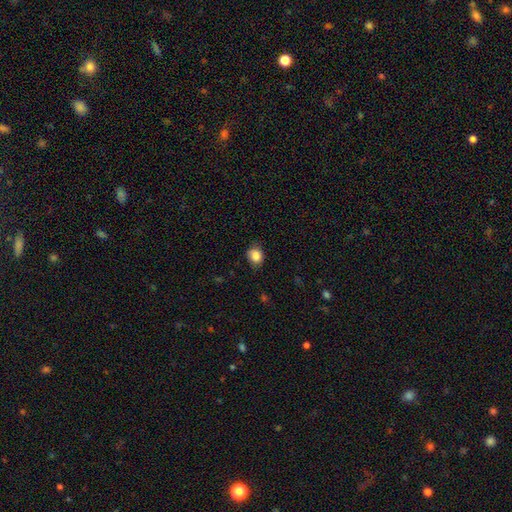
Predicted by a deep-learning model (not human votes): A smooth galaxy with no disk features (86%) that is round (65%). Merging: none (75%).